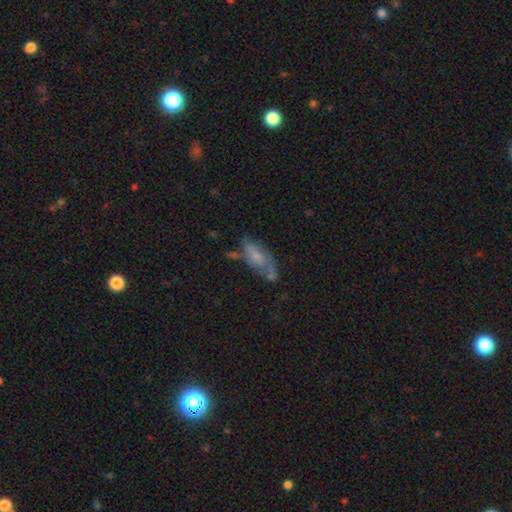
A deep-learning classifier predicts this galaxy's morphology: smooth-or-featured: smooth: 51% | featured or disk: 41% | star or artifact: 8%
  how-rounded: in between: 77% | cigar-shaped: 20% | round: 3%
  merging: none: 42% | minor disturbance: 28% | major disturbance: 16% | merger: 13%